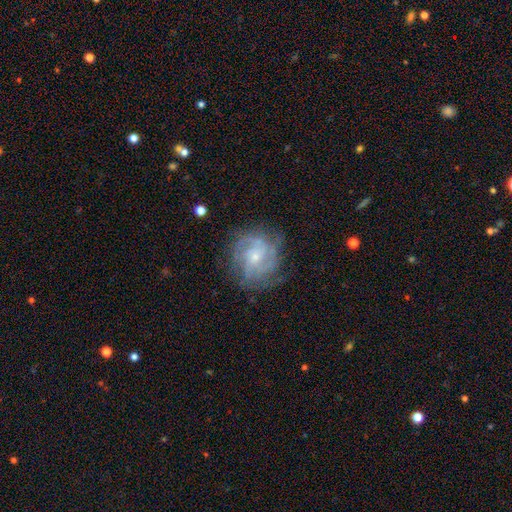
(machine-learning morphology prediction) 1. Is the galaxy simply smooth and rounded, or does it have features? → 79% featured or disk, 14% smooth, 7% star or artifact.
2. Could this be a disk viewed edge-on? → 98% no, 2% yes.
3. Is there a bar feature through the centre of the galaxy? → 66% no, 29% weak, 5% strong.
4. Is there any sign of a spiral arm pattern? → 92% yes, 8% no.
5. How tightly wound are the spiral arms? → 52% tight, 37% medium, 11% loose.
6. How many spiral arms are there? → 33% can't tell, 23% 3, 17% 2, 15% 4, 6% more than 4, 5% 1.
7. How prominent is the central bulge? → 67% small, 28% moderate, 3% none, 2% large, 1% dominant.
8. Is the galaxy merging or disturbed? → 73% none, 17% minor disturbance, 9% major disturbance, 1% merger.